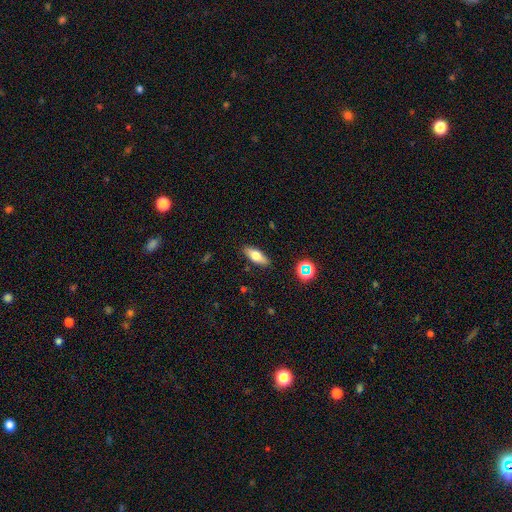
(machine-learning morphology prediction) smooth-or-featured: smooth: 66% | featured or disk: 25% | star or artifact: 9%
  how-rounded: in between: 69% | cigar-shaped: 27% | round: 4%
  merging: none: 88% | minor disturbance: 9% | major disturbance: 2% | merger: 2%